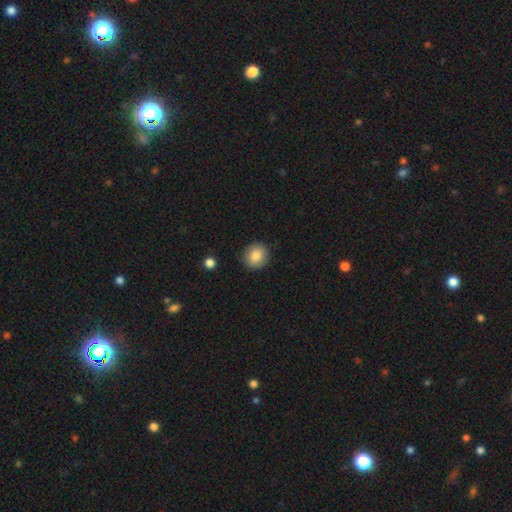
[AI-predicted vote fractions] Smooth or featured: smooth — 85% (star or artifact — 8%)
How rounded: round — 85% (in between — 14%)
Merging: none — 89% (minor disturbance — 8%)